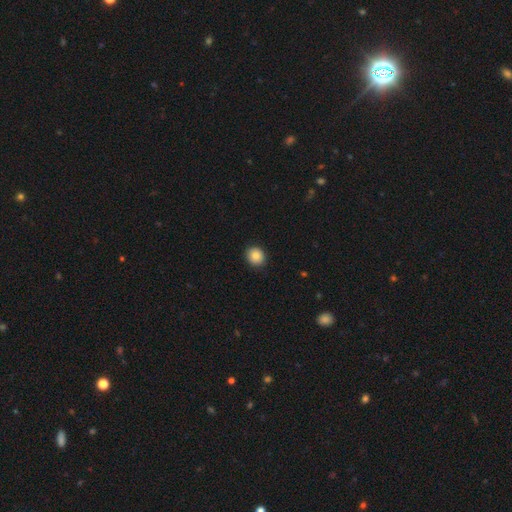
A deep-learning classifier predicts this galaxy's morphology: This is clearly a smooth galaxy (83%). How rounded: clearly round (84%). Merging: clearly none (90%).